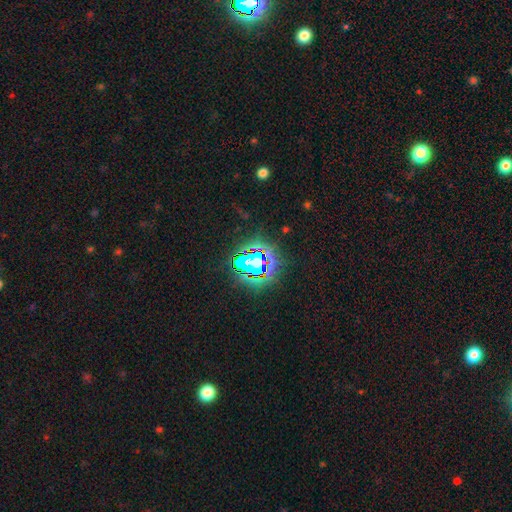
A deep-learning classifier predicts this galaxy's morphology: smooth_or_featured: star or artifact (p=0.73) [alt: smooth p=0.16]